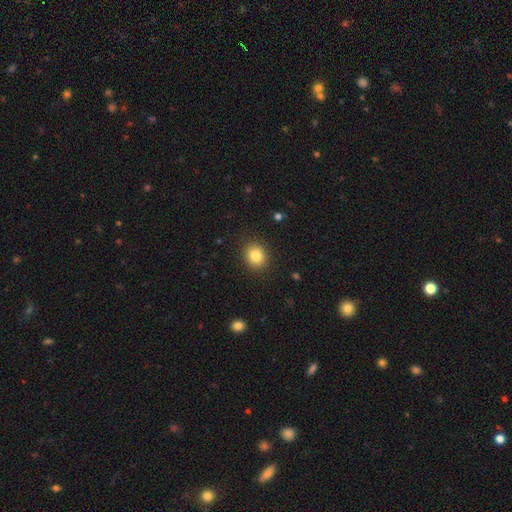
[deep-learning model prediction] Overall: smooth (83%). How rounded: round (73%). Merging: none (90%).